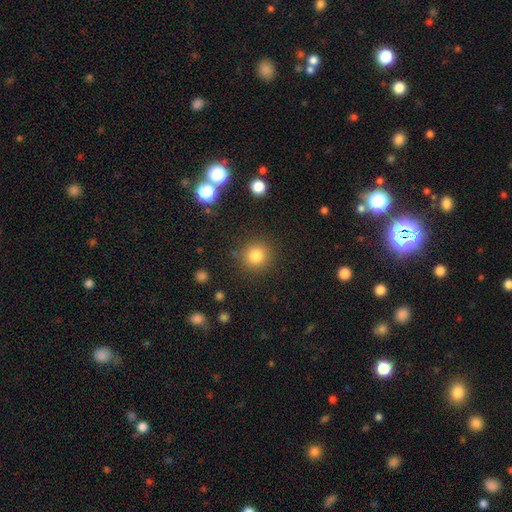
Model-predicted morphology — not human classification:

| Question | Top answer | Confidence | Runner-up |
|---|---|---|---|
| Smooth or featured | smooth | 81% | star or artifact (13%) |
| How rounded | round | 93% | in between (6%) |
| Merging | none | 88% | minor disturbance (7%) |